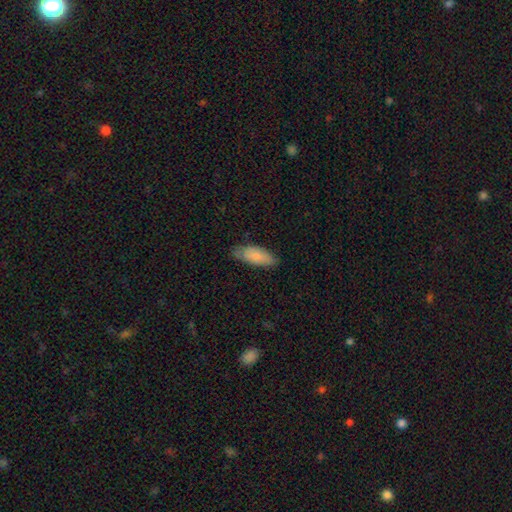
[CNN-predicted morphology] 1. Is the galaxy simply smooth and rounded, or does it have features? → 83% smooth, 11% featured or disk, 6% star or artifact.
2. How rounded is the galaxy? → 79% in between, 19% cigar-shaped, 2% round.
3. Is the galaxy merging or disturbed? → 71% none, 24% minor disturbance, 4% major disturbance, 1% merger.